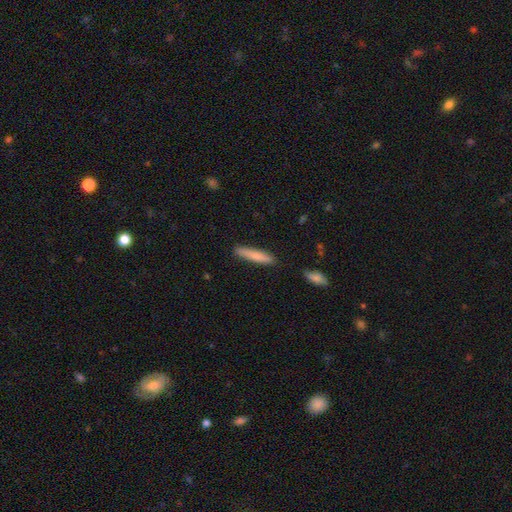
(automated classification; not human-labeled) Overall: smooth (79%). How rounded: cigar-shaped (89%). Merging: none (87%).